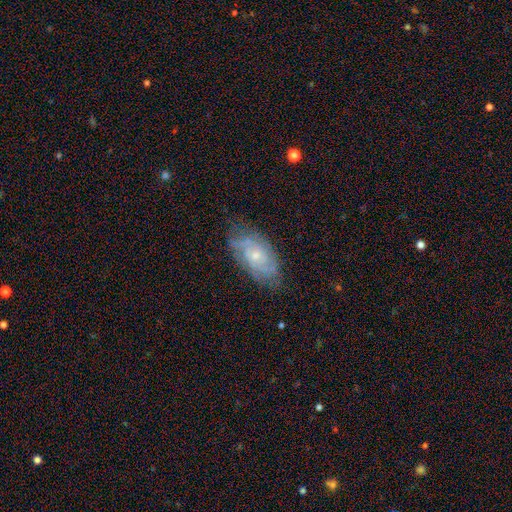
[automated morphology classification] A featured or disk galaxy (70%) with no bar (75%), tight (57%) spiral arms (87%) and a small central bulge (66%). Merging: none (68%).